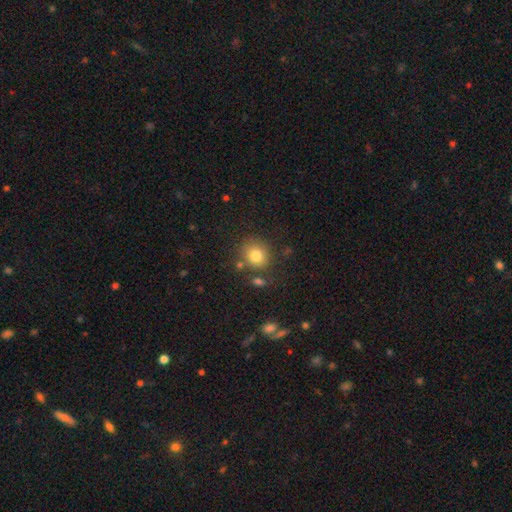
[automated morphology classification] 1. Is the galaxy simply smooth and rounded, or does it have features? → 80% smooth, 12% star or artifact, 9% featured or disk.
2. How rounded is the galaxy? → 82% round, 17% in between, 1% cigar-shaped.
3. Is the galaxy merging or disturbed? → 78% none, 11% minor disturbance, 7% merger, 4% major disturbance.